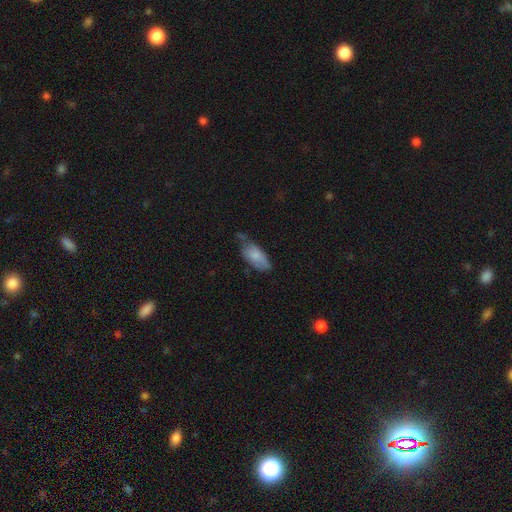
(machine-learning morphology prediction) Smooth or featured: smooth — 76% (featured or disk — 18%)
How rounded: in between — 90% (cigar-shaped — 7%)
Merging: none — 41% (minor disturbance — 40%)